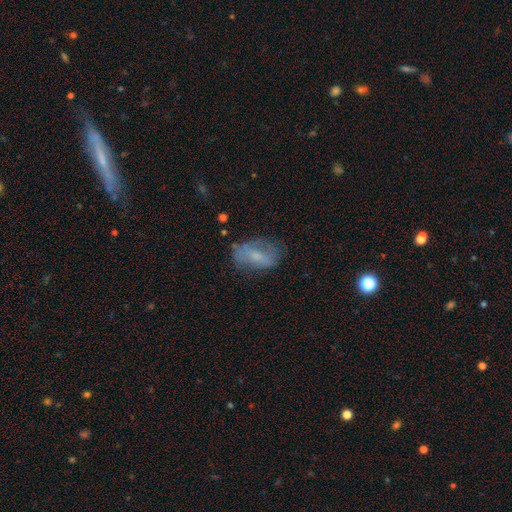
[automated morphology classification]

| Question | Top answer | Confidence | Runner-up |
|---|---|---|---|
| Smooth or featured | smooth | 56% | featured or disk (34%) |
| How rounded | in between | 87% | round (8%) |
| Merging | none | 55% | minor disturbance (27%) |